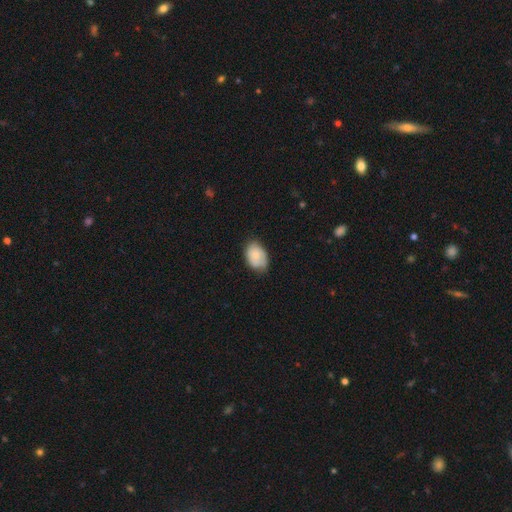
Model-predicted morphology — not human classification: smooth-or-featured: smooth: 70% | featured or disk: 23% | star or artifact: 7%
  how-rounded: in between: 82% | round: 17% | cigar-shaped: 1%
  merging: none: 66% | minor disturbance: 28% | major disturbance: 5% | merger: 1%